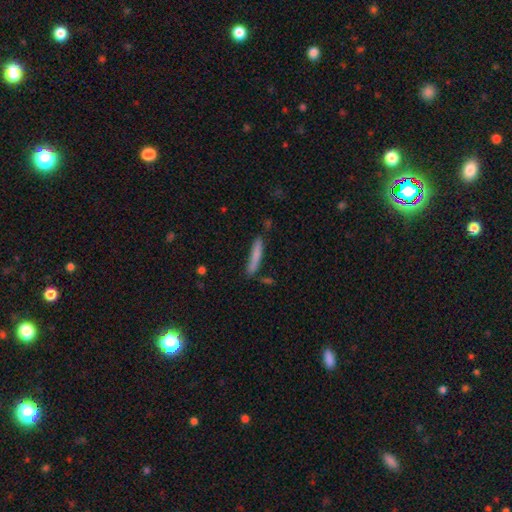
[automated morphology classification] Smooth or featured?
  - smooth: 77% *
  - featured or disk: 17%
  - star or artifact: 6%
How rounded?
  - cigar-shaped: 92% *
  - in between: 6%
  - round: 1%
Merging?
  - none: 76% *
  - minor disturbance: 16%
  - merger: 5%
  - major disturbance: 3%